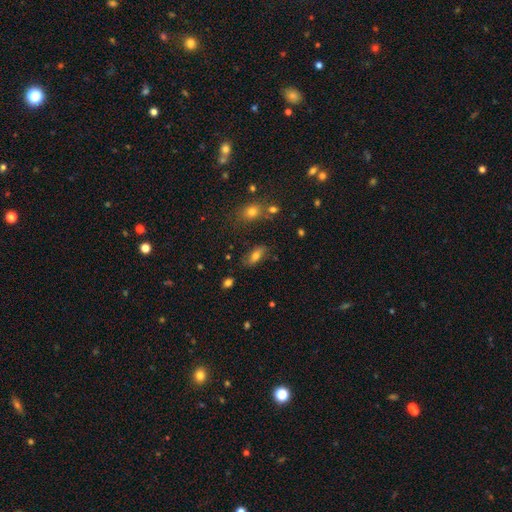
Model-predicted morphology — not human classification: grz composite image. It shows a smooth galaxy with no disk features (68%) that is in between round and cigar-shaped (79%). Merging: none (74%).